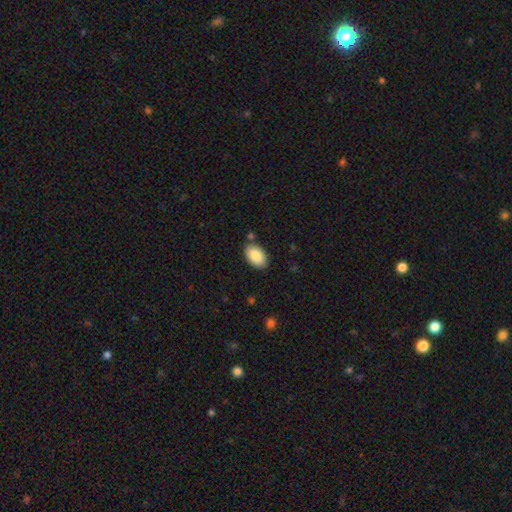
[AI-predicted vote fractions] smooth_or_featured: smooth (p=0.88) [alt: star or artifact p=0.06]
how_rounded: in between (p=0.94) [alt: round p=0.05]
merging: none (p=0.82) [alt: minor disturbance p=0.12]